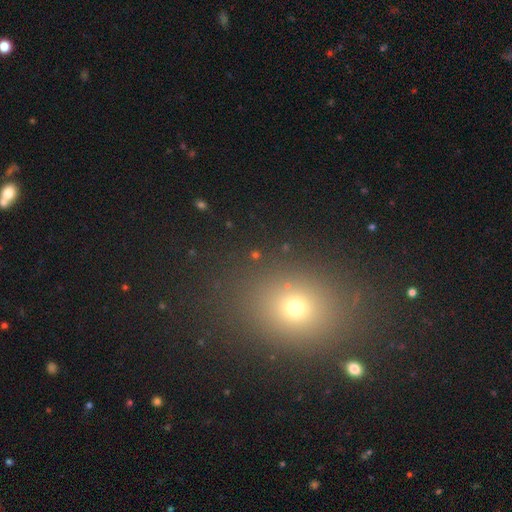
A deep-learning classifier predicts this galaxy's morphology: Overall: smooth (61%; star or artifact 30%). How rounded: round (54%; in between 44%). Merging: none (86%).